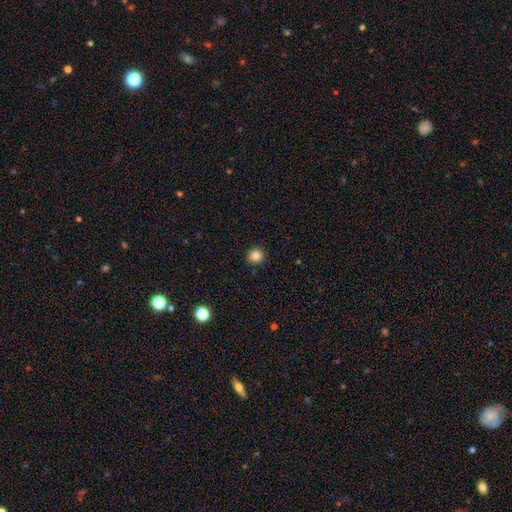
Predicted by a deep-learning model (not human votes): smooth_or_featured: smooth (p=0.84) [alt: star or artifact p=0.11]
how_rounded: round (p=0.93) [alt: in between p=0.06]
merging: none (p=0.91) [alt: minor disturbance p=0.06]